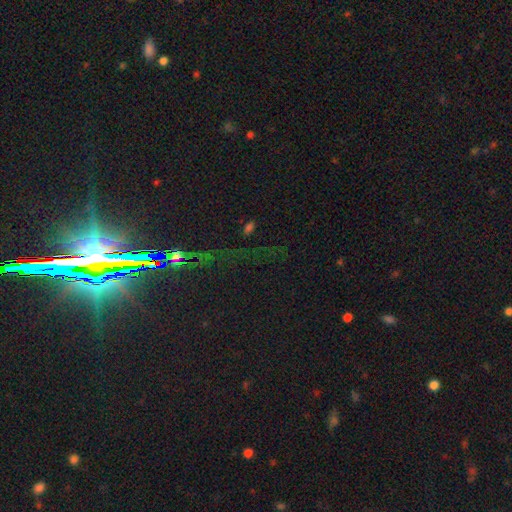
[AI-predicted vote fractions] This is likely a star or artifact rather than a galaxy (79%).